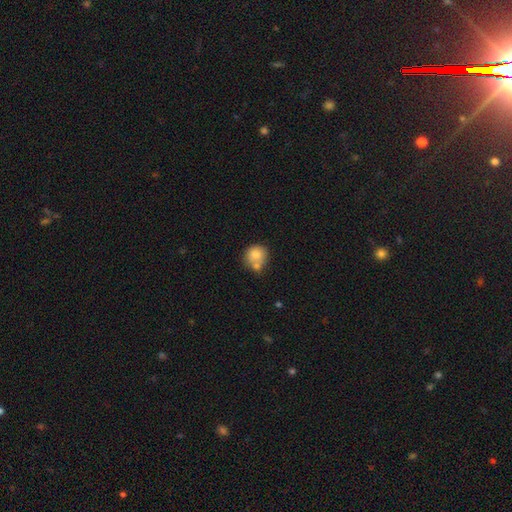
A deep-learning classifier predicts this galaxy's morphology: This is likely a smooth galaxy (79%). How rounded: clearly round (85%). Merging: possibly none (47%).